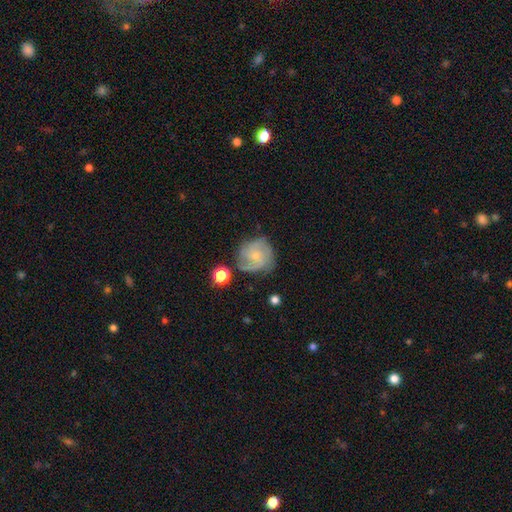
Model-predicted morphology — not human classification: featured or disk 77%, smooth 16%, star or artifact 7%. Down the decision tree: edge-on disk — no (98%); bar — no (71%); spiral arms — yes (94%); spiral arm count — 3 (40%); spiral winding — medium (44%); bulge size — small (72%); merging — none (66%).